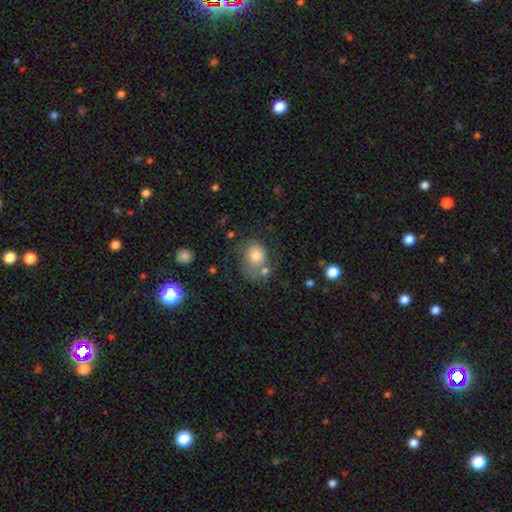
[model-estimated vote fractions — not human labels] Smooth or featured?
  - smooth: 74% *
  - featured or disk: 17%
  - star or artifact: 9%
How rounded?
  - round: 54% *
  - in between: 45%
  - cigar-shaped: 1%
Merging?
  - none: 40% *
  - minor disturbance: 22%
  - merger: 19%
  - major disturbance: 19%